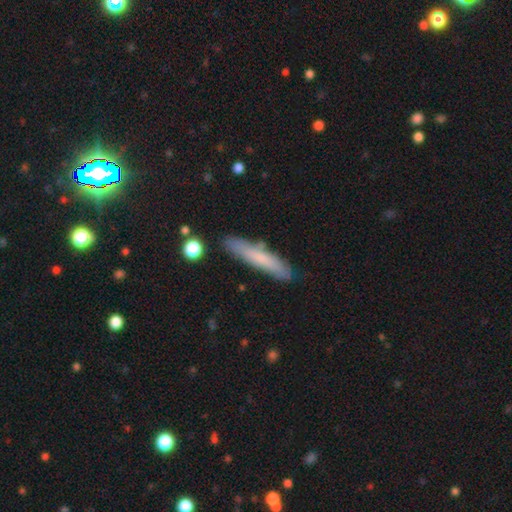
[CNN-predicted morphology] Overall: smooth (57%; featured or disk 29%). How rounded: cigar-shaped (89%). Merging: none (84%).